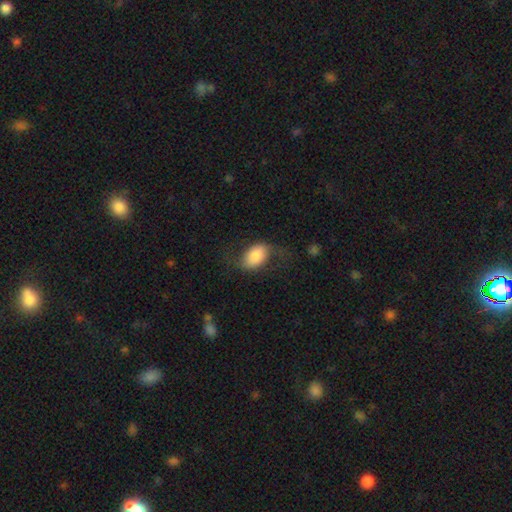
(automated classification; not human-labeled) Q: Smooth or featured?
A: smooth (63%); runner-up: featured or disk (29%)
Q: How rounded?
A: in between (87%); runner-up: round (12%)
Q: Merging?
A: none (54%); runner-up: minor disturbance (23%)